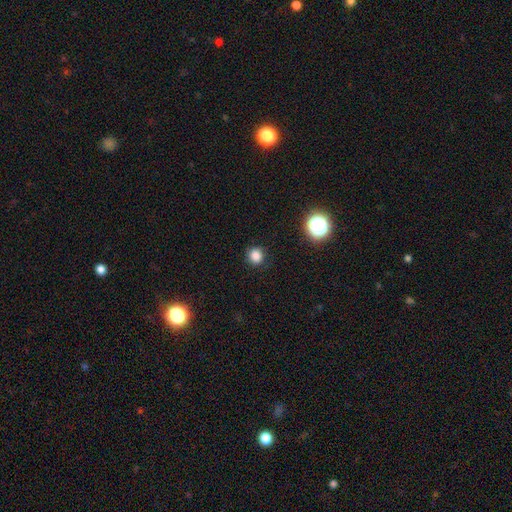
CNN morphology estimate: smooth 82%, star or artifact 14%, featured or disk 4%. Down the decision tree: how rounded — round (86%); merging — none (87%).